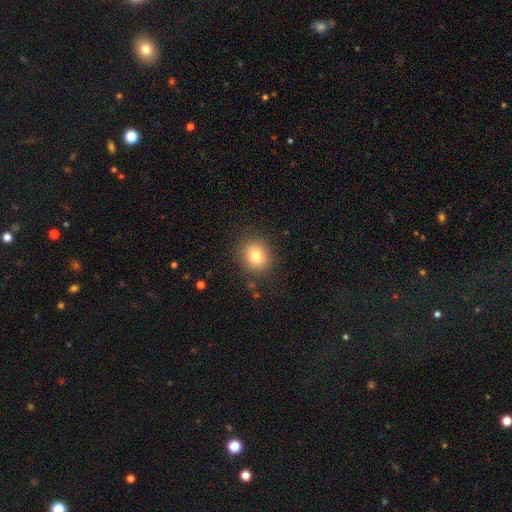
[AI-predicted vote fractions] The model was most divided on "how rounded": round: 82%, in between: 17%, cigar-shaped: 1%. More confident: merging — none (87%); smooth or featured — smooth (79%).